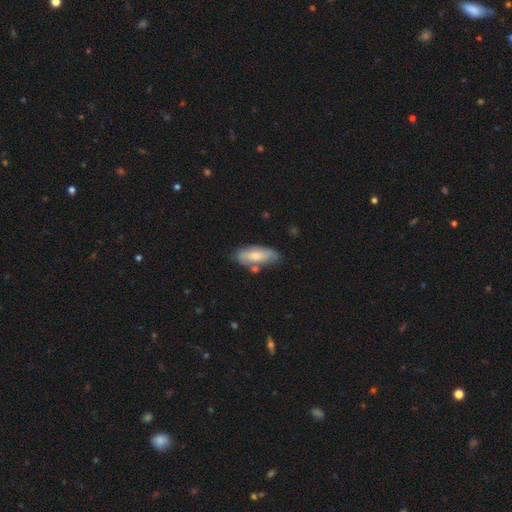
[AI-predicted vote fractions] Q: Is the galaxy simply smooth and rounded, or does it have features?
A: smooth — 56%.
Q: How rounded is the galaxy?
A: in between — 80%.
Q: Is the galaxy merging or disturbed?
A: none — 67%.